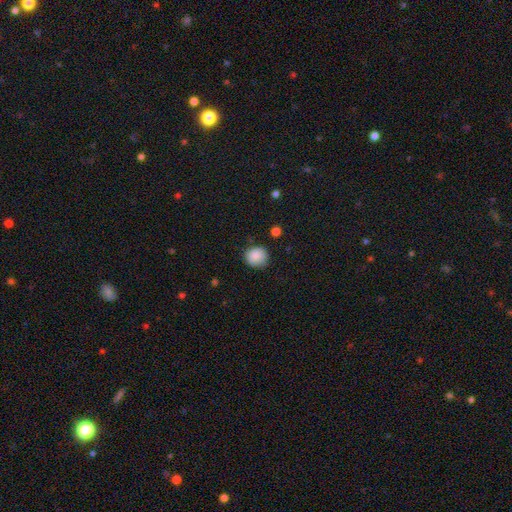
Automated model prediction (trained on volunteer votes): Morphology: type=smooth (86%); roundness=round (88%); merging=none (80%).